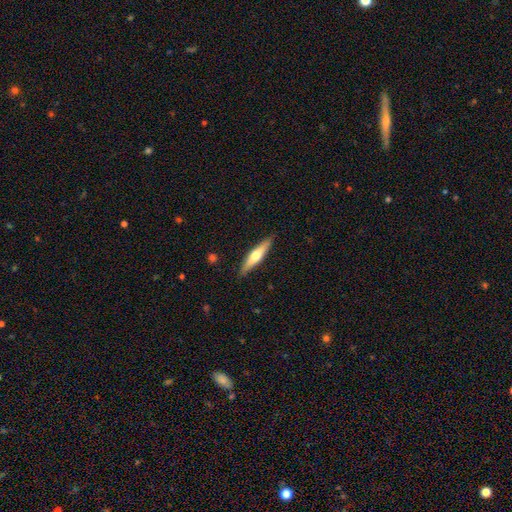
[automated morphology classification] smooth-or-featured: featured or disk: 48% | smooth: 47% | star or artifact: 5%
  merging: none: 89% | minor disturbance: 8% | major disturbance: 2% | merger: 1%